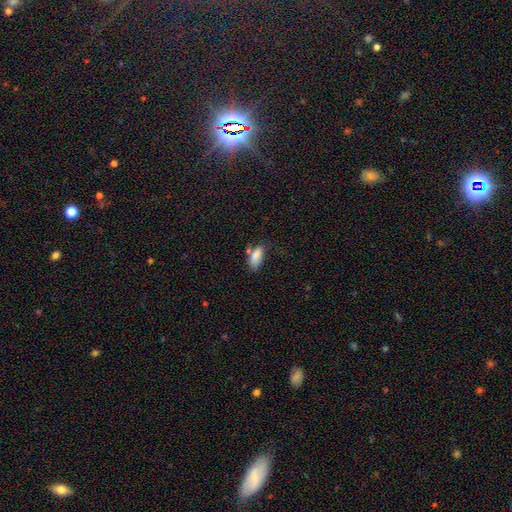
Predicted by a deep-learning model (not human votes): This is clearly a smooth galaxy (83%). How rounded: clearly in between (83%). Merging: possibly none (46%).